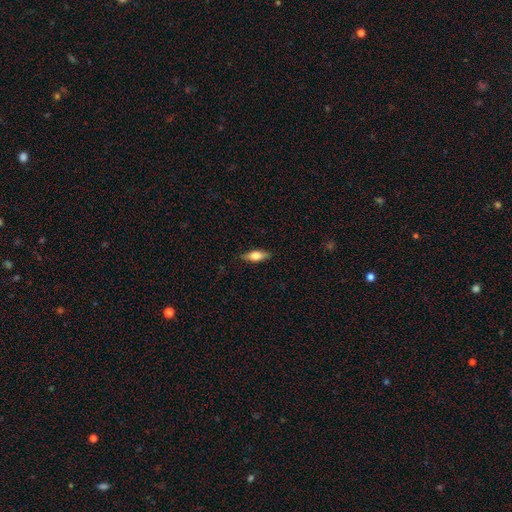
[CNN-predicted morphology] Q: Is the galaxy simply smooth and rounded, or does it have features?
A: smooth — 62%.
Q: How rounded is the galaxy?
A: in between — 66%.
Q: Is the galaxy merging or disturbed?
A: none — 86%.